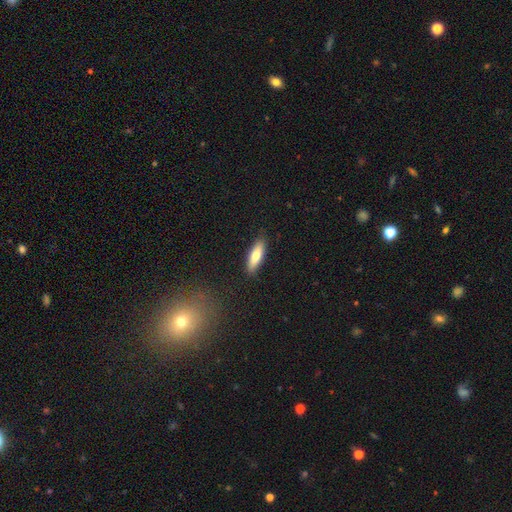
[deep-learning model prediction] A smooth galaxy with no disk features (77%) that is cigar-shaped (49%, tied with in between). Merging: none (88%).